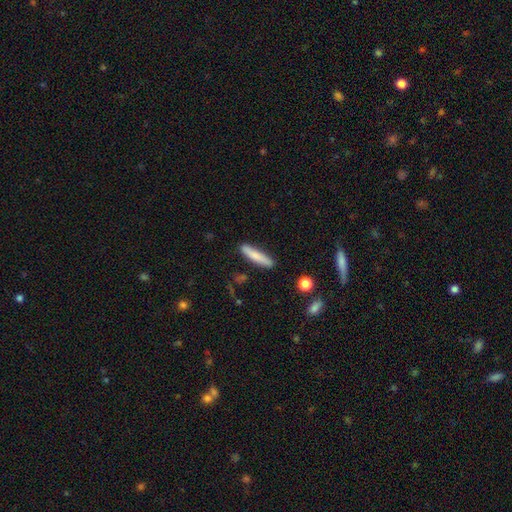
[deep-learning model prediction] A smooth galaxy with no disk features (76%) that is cigar-shaped (86%).

Vote fractions:
- Smooth or featured? smooth: 76% / featured or disk: 18% / star or artifact: 6%
- How rounded? cigar-shaped: 86% / in between: 13% / round: 2%
- Merging? none: 86% / minor disturbance: 10% / major disturbance: 2% / merger: 2%